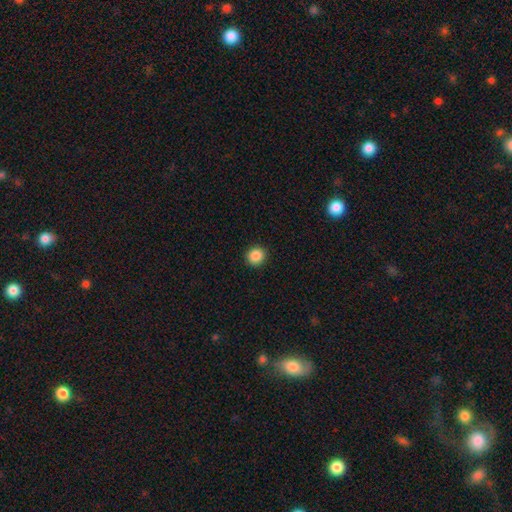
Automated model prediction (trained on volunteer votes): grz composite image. It shows a smooth galaxy with no disk features (87%) that is round (90%). Merging: none (92%).